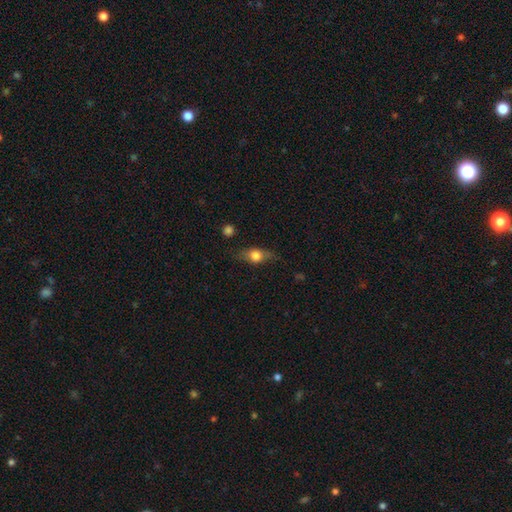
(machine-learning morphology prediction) A smooth galaxy with no disk features (64%) that is in between round and cigar-shaped (63%). Merging: none (71%).